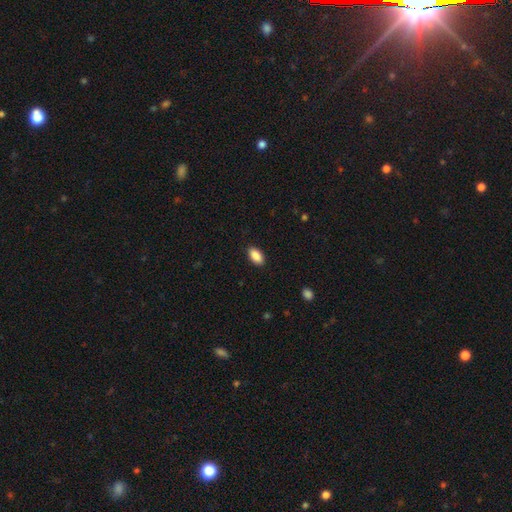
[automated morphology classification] A smooth galaxy with no disk features (90%) that is in between round and cigar-shaped (93%).

Vote fractions:
- Smooth or featured? smooth: 90% / star or artifact: 7% / featured or disk: 3%
- How rounded? in between: 93% / round: 4% / cigar-shaped: 3%
- Merging? none: 89% / minor disturbance: 8% / major disturbance: 2% / merger: 1%